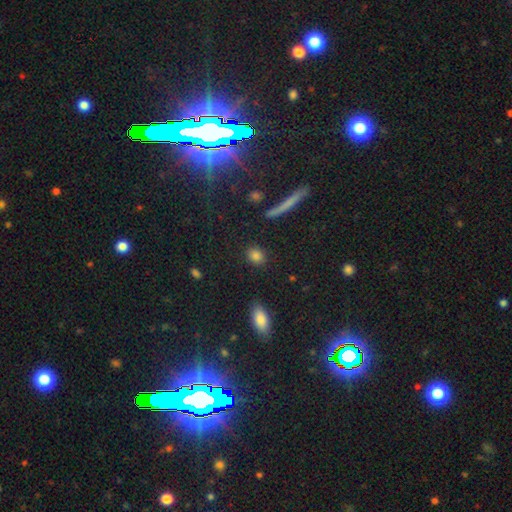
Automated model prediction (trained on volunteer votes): Q: Smooth or featured?
A: smooth (84%); runner-up: star or artifact (10%)
Q: How rounded?
A: round (57%); runner-up: in between (39%)
Q: Merging?
A: none (88%); runner-up: minor disturbance (8%)